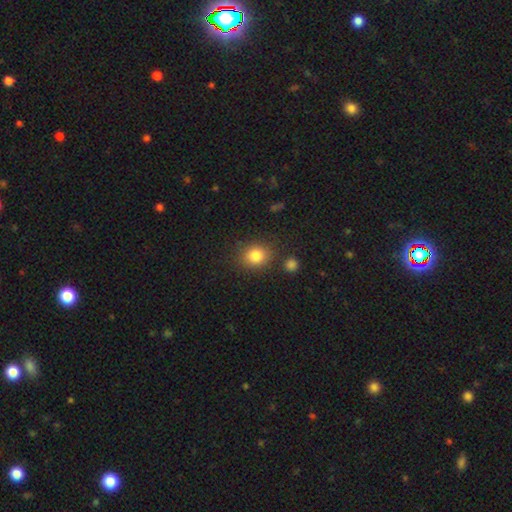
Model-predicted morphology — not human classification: A smooth galaxy with no disk features (83%) that is round (70%).

Vote fractions:
- Smooth or featured? smooth: 83% / star or artifact: 11% / featured or disk: 6%
- How rounded? round: 70% / in between: 29% / cigar-shaped: 1%
- Merging? none: 81% / minor disturbance: 10% / merger: 5% / major disturbance: 4%